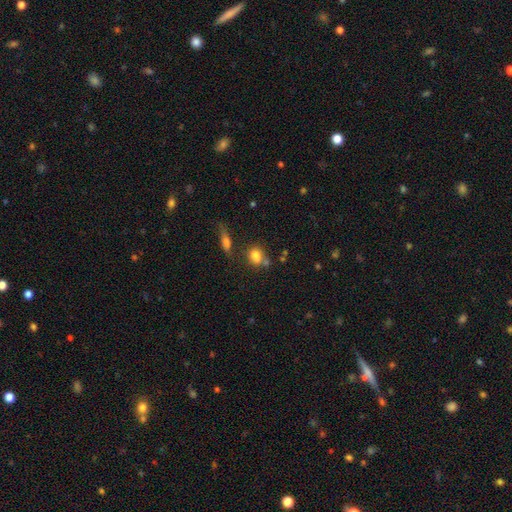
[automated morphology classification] This appears to be a smooth galaxy with no disk features (77%) that is in between round and cigar-shaped (55%). Merging: none (50%).